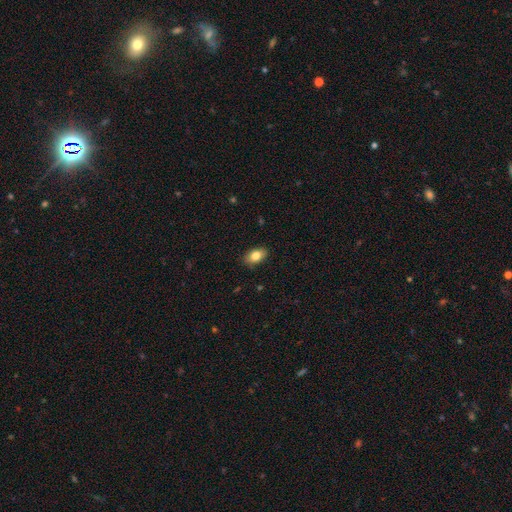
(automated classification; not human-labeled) Smooth or featured: smooth — 83% (featured or disk — 10%)
How rounded: in between — 91% (round — 7%)
Merging: none — 88% (minor disturbance — 9%)